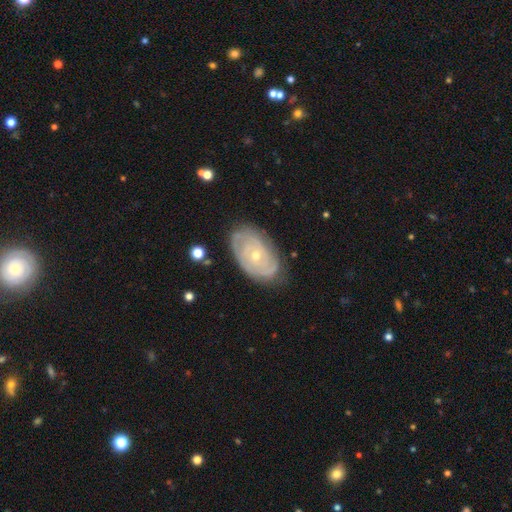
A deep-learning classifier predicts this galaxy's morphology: type=featured or disk (81%); edge-on=no (95%); bar=no (80%); spiral arms=yes (89%); winding=tight (77%); arm count=can't tell (42%); bulge=small (63%); merging=none (76%).